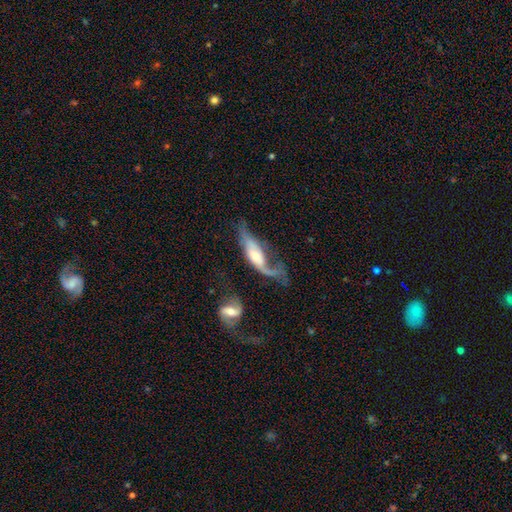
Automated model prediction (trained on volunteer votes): The model was most divided on "merging": major disturbance: 43%, none: 24%, minor disturbance: 19%, merger: 14%. More confident: edge-on disk — no (72%); smooth or featured — featured or disk (62%).